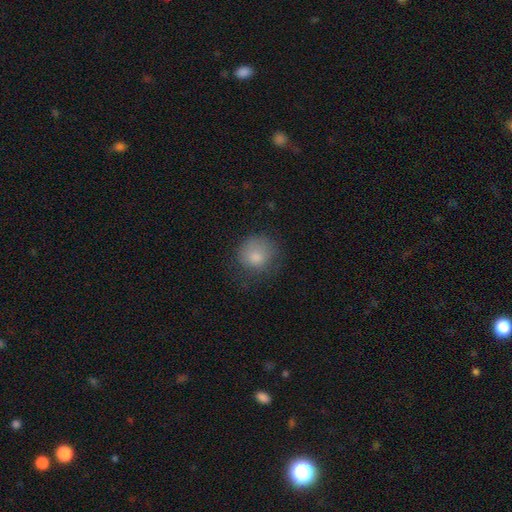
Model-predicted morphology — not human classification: Q: Smooth or featured?
A: smooth (81%); runner-up: featured or disk (10%)
Q: How rounded?
A: round (83%); runner-up: in between (16%)
Q: Merging?
A: none (60%); runner-up: minor disturbance (24%)